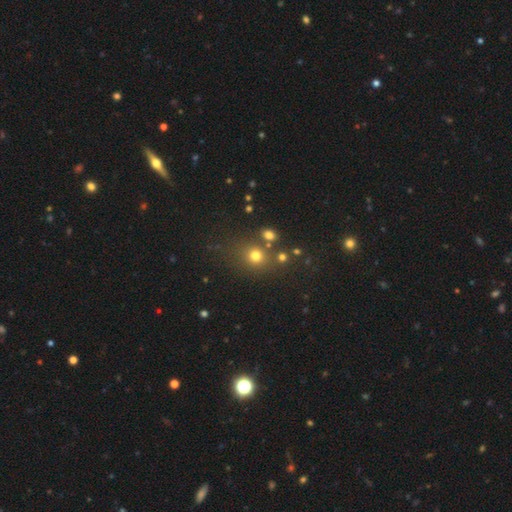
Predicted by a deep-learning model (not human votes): Smooth or featured: smooth — 72% (star or artifact — 20%)
How rounded: round — 82% (in between — 17%)
Merging: none — 72% (merger — 12%)